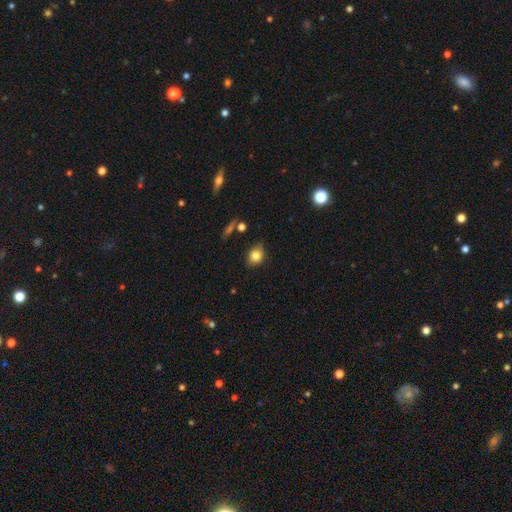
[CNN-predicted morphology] A smooth galaxy with no disk features (80%) that is in between round and cigar-shaped (55%).

Vote fractions:
- Smooth or featured? smooth: 80% / star or artifact: 10% / featured or disk: 10%
- How rounded? in between: 55% / round: 43% / cigar-shaped: 2%
- Merging? none: 76% / minor disturbance: 18% / major disturbance: 3% / merger: 2%